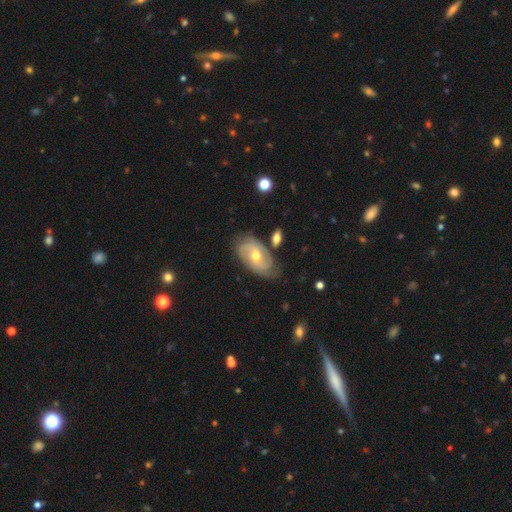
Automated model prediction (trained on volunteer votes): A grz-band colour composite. It shows a featured or disk galaxy (73%) with no bar (64%), 2 (51%) tight (51%) spiral arms (89%) and a moderate central bulge (62%). Merging: none (70%).